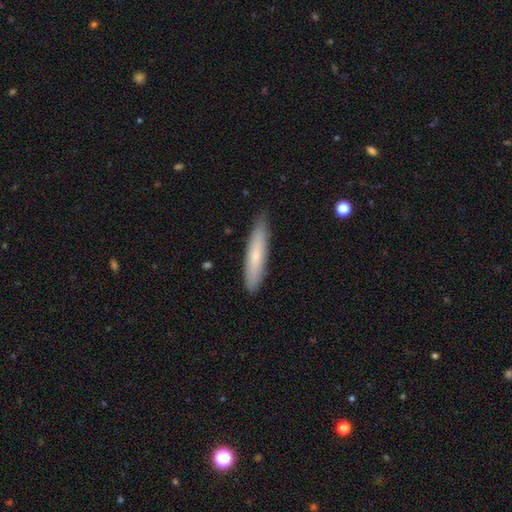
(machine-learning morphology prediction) Smooth or featured?
  - smooth: 68% *
  - featured or disk: 26%
  - star or artifact: 6%
How rounded?
  - cigar-shaped: 88% *
  - in between: 11%
  - round: 1%
Merging?
  - none: 86% *
  - minor disturbance: 11%
  - major disturbance: 2%
  - merger: 1%